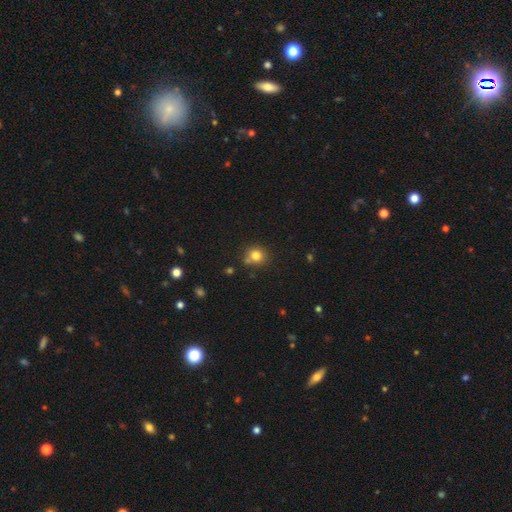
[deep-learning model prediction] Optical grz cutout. It shows a smooth galaxy with no disk features (80%) that is round (85%). Merging: none (71%).